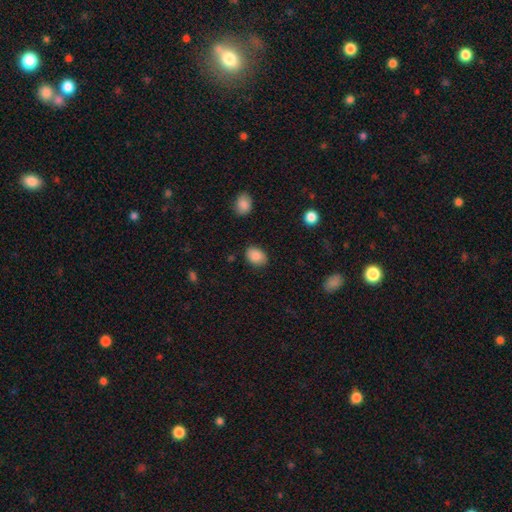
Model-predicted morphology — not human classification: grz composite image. It shows a smooth galaxy with no disk features (86%) that is in between round and cigar-shaped (70%). Merging: none (84%).